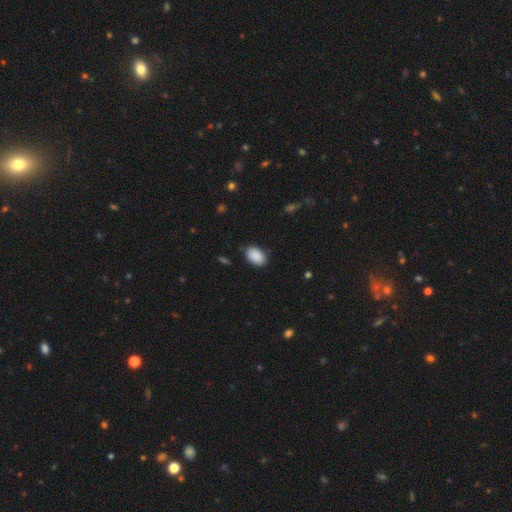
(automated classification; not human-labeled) Q: Smooth or featured?
A: smooth (90%); runner-up: star or artifact (7%)
Q: How rounded?
A: in between (88%); runner-up: round (11%)
Q: Merging?
A: none (86%); runner-up: minor disturbance (11%)